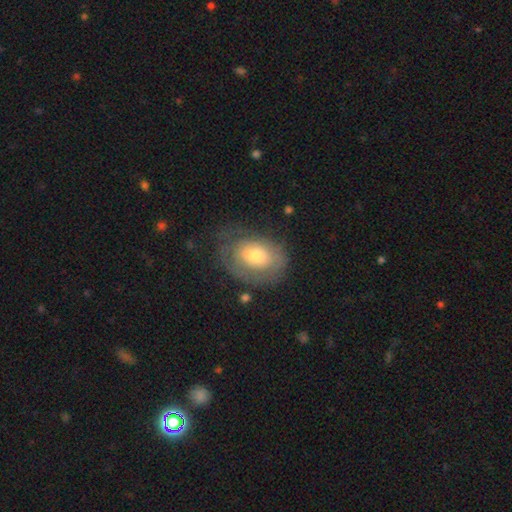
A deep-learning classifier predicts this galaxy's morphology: Smooth or featured: smooth — 47% (featured or disk — 45%)
Merging: none — 59% (minor disturbance — 24%)